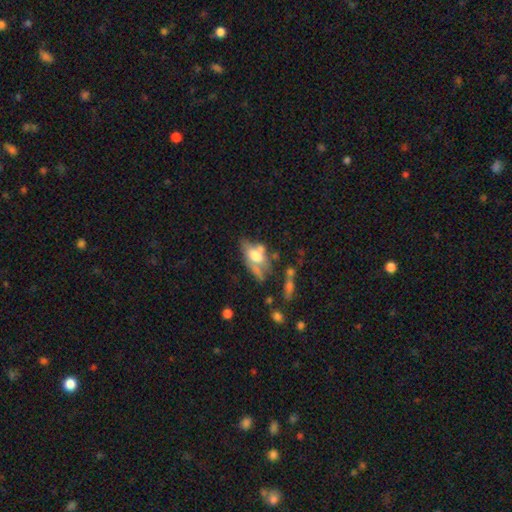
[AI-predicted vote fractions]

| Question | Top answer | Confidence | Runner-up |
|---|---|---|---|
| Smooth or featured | featured or disk | 45% | tied: smooth (45%) |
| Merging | none | 34% | major disturbance (23%) |